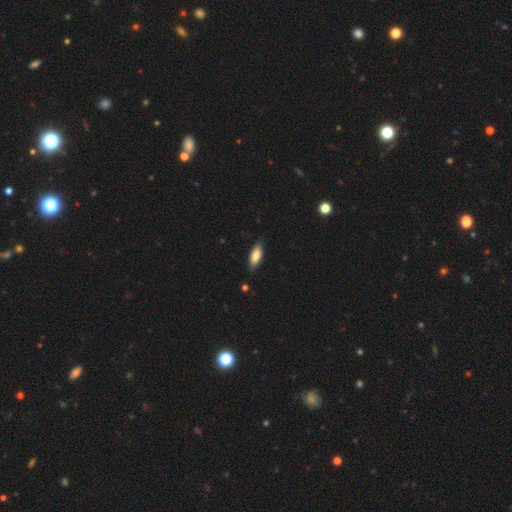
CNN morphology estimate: smooth_or_featured: smooth (p=0.80) [alt: featured or disk p=0.14]
how_rounded: in between (p=0.73) [alt: cigar-shaped p=0.25]
merging: none (p=0.83) [alt: minor disturbance p=0.14]